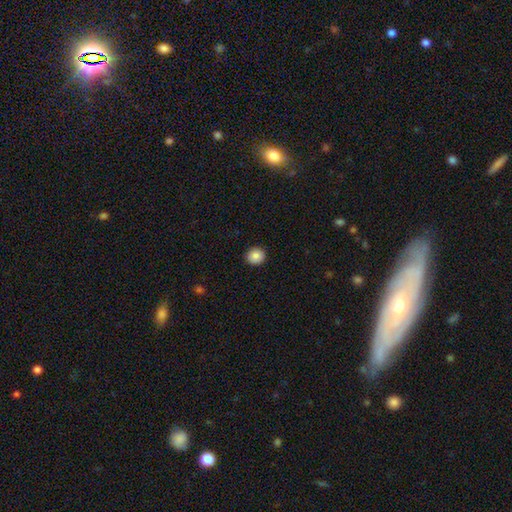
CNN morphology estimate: A smooth galaxy with no disk features (85%) that is round (89%). Merging: none (92%).